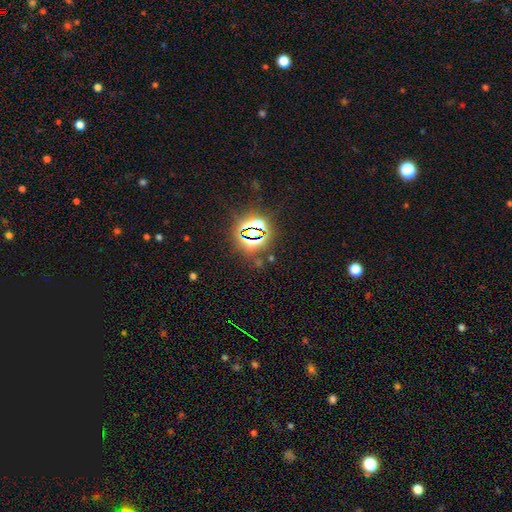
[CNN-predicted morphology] A star or artifact, not a galaxy (80%).